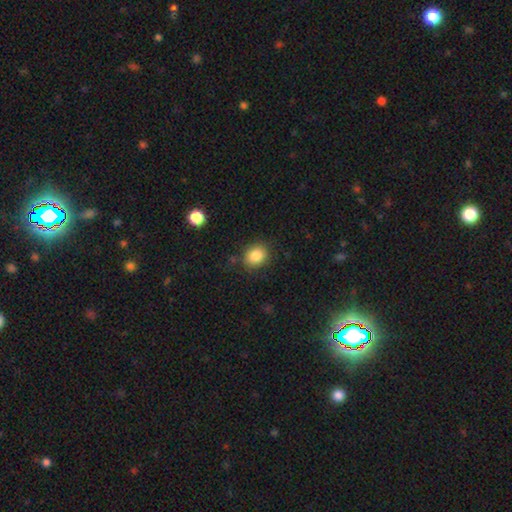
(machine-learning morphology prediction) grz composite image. It shows a smooth galaxy with no disk features (85%) that is round (58%). Merging: none (82%).